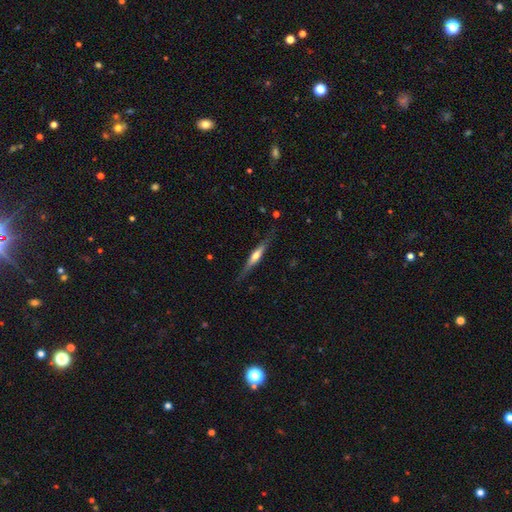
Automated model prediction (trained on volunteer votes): Smooth or featured?
  - featured or disk: 60% *
  - smooth: 34%
  - star or artifact: 6%
Edge-on disk?
  - yes: 95% *
  - no: 5%
Edge-on bulge?
  - rounded: 73% *
  - boxy: 13%
  - none: 13%
Merging?
  - none: 81% *
  - minor disturbance: 15%
  - major disturbance: 3%
  - merger: 1%